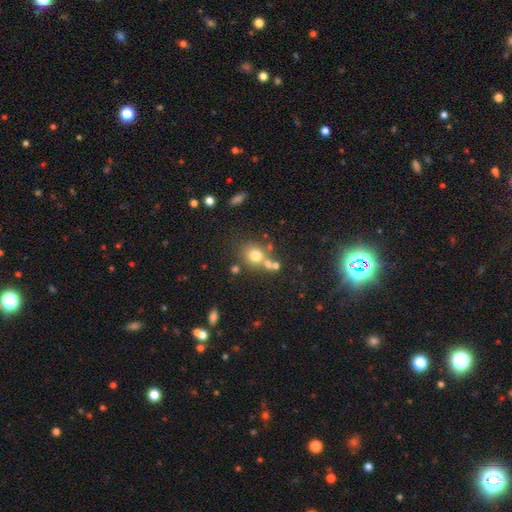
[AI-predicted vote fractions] A smooth galaxy with no disk features (71%) that is round (78%). Merging: none (56%).